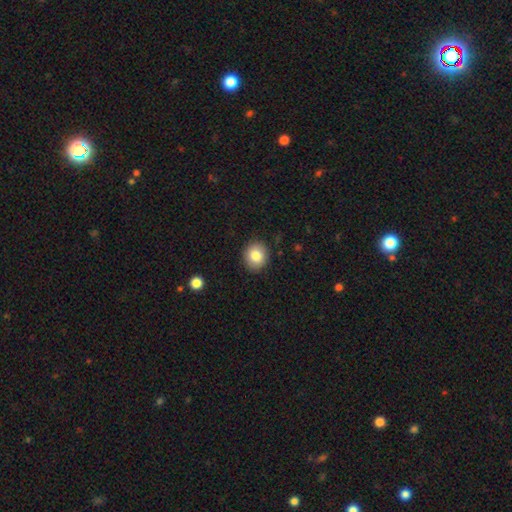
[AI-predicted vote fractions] Smooth or featured: smooth — 82% (star or artifact — 9%)
How rounded: round — 75% (in between — 24%)
Merging: none — 90% (minor disturbance — 7%)